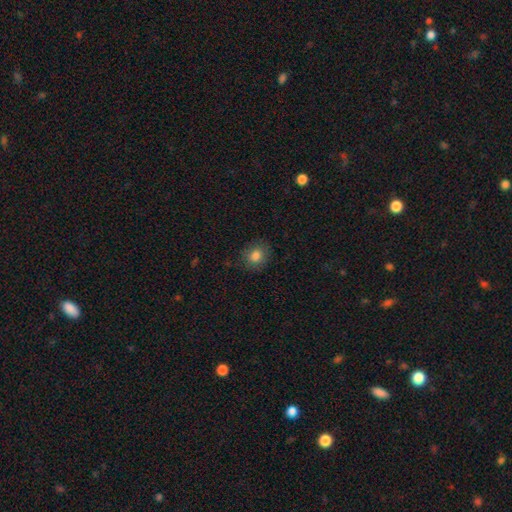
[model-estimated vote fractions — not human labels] Smooth or featured: smooth — 82% (star or artifact — 11%)
How rounded: round — 71% (in between — 28%)
Merging: none — 85% (minor disturbance — 11%)